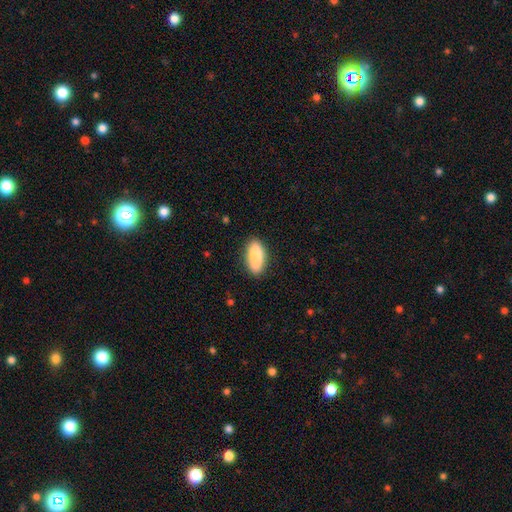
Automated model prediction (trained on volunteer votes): smooth-or-featured: smooth: 83% | featured or disk: 11% | star or artifact: 6%
  how-rounded: in between: 84% | cigar-shaped: 13% | round: 3%
  merging: none: 78% | minor disturbance: 15% | merger: 4% | major disturbance: 3%